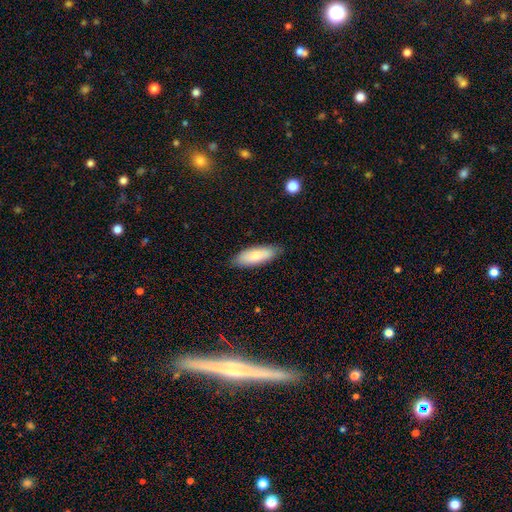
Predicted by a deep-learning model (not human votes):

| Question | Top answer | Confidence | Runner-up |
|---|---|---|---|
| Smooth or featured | smooth | 81% | featured or disk (14%) |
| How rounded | in between | 65% | cigar-shaped (34%) |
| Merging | none | 85% | minor disturbance (12%) |